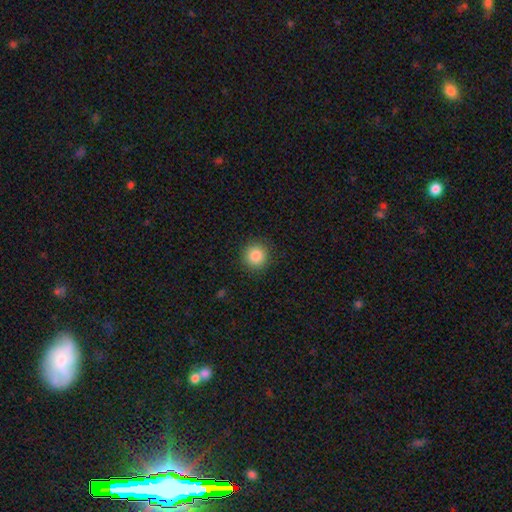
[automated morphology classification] Q: Smooth or featured?
A: smooth (85%); runner-up: star or artifact (10%)
Q: How rounded?
A: round (94%); runner-up: in between (5%)
Q: Merging?
A: none (90%); runner-up: minor disturbance (7%)